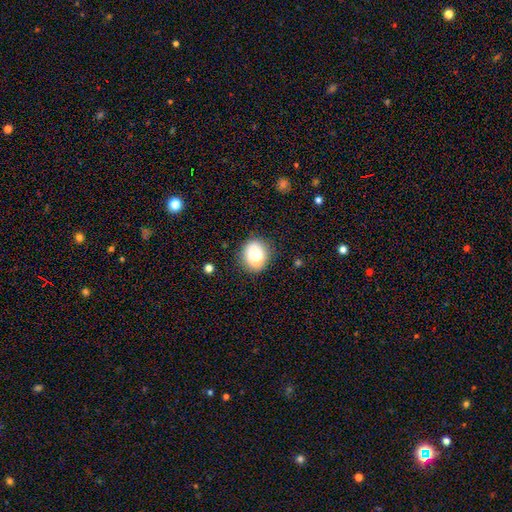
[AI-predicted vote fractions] The model was most divided on "how rounded": round: 71%, in between: 28%, cigar-shaped: 1%. More confident: merging — none (80%); smooth or featured — smooth (75%).